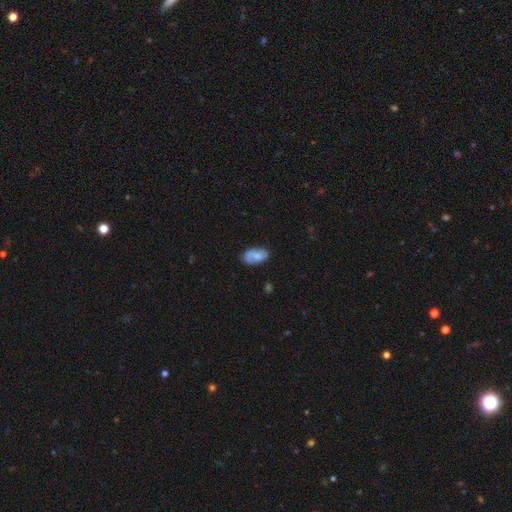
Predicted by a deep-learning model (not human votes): smooth_or_featured: smooth (p=0.63) [alt: featured or disk p=0.29]
how_rounded: in between (p=0.93) [alt: round p=0.05]
merging: none (p=0.63) [alt: minor disturbance p=0.26]